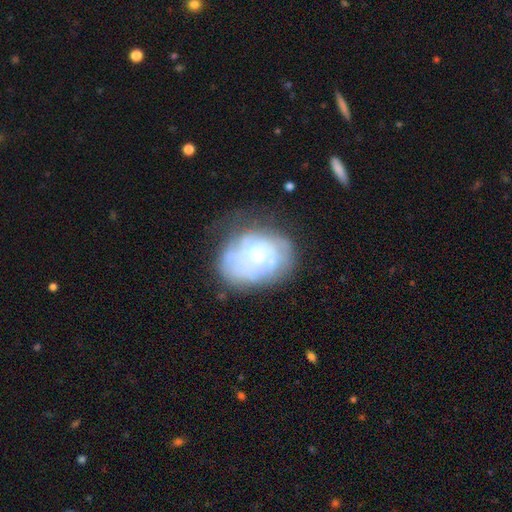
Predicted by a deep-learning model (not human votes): A featured or disk galaxy (59%) with no bar (83%), no spiral arms (63%) and a moderate central bulge (41%).

Vote fractions:
- Smooth or featured? featured or disk: 59% / smooth: 32% / star or artifact: 9%
- Edge-on disk? no: 98% / yes: 2%
- Bar? no: 83% / weak: 14% / strong: 3%
- Spiral arms? no: 63% / yes: 37%
- Bulge size? moderate: 41% / small: 30% / none: 16% / large: 11% / dominant: 2%
- Merging? none: 44% / minor disturbance: 28% / major disturbance: 20% / merger: 9%